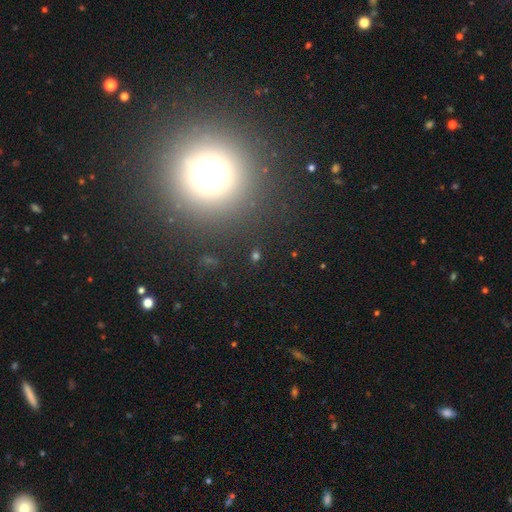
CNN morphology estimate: Smooth or featured: smooth — 51% (star or artifact — 40%)
How rounded: round — 51% (in between — 45%)
Merging: none — 83% (minor disturbance — 9%)